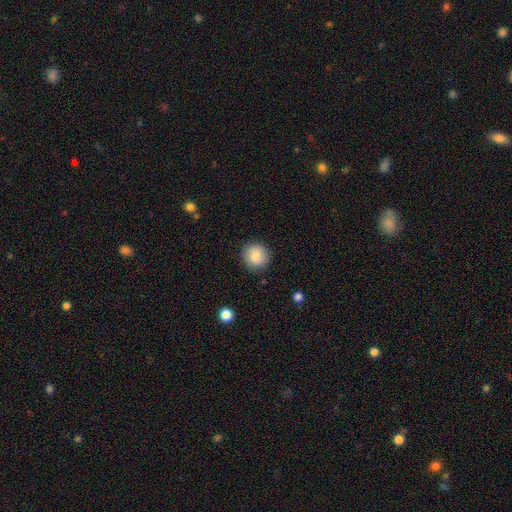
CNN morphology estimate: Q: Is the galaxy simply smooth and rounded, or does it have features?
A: smooth — 85%.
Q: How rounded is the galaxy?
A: round — 92%.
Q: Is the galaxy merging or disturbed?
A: none — 88%.